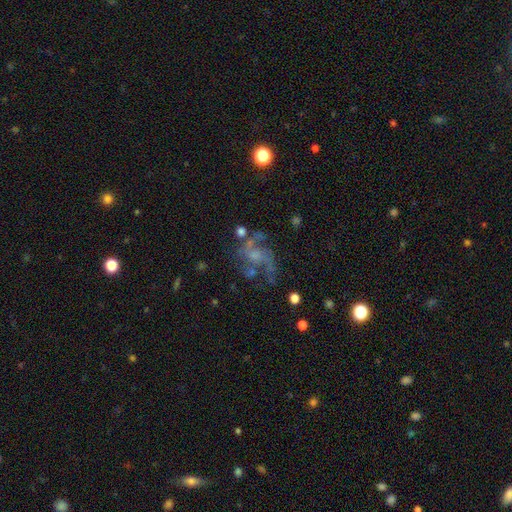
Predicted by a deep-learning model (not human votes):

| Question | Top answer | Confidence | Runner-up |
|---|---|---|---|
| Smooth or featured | featured or disk | 68% | smooth (16%) |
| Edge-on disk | no | 97% | yes (3%) |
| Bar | no | 67% | weak (27%) |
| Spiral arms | yes | 76% | no (24%) |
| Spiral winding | loose | 51% | medium (38%) |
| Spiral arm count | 2 | 34% | 3 (23%) |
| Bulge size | none | 35% | tied: small (35%) |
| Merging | none | 41% | major disturbance (32%) |